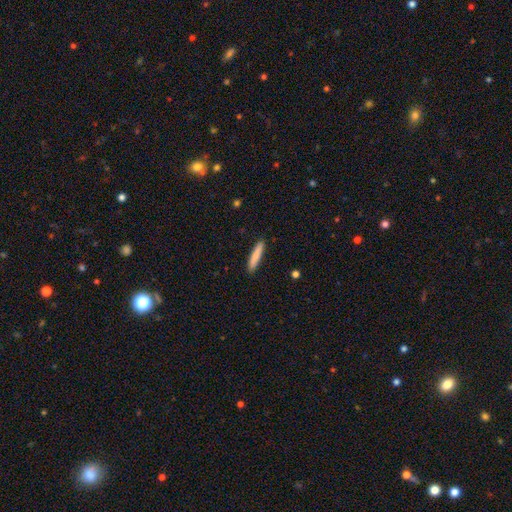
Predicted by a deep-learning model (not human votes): Smooth or featured? Predicted: smooth (p=0.84). How rounded? Predicted: cigar-shaped (p=0.89). Merging? Predicted: none (p=0.90).